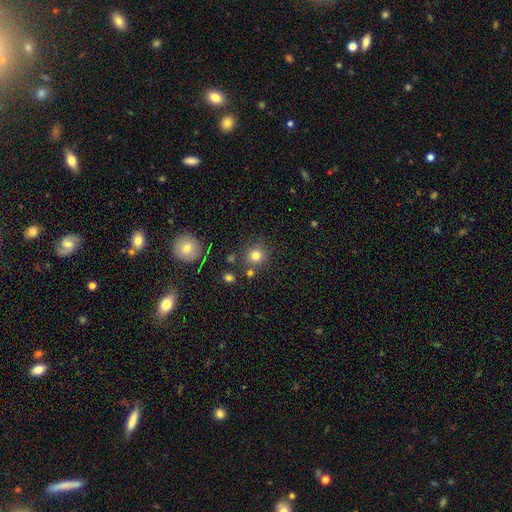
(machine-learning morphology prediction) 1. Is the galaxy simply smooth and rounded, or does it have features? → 79% smooth, 14% star or artifact, 7% featured or disk.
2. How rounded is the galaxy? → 89% round, 10% in between, 1% cigar-shaped.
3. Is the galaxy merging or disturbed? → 79% none, 9% minor disturbance, 8% merger, 3% major disturbance.